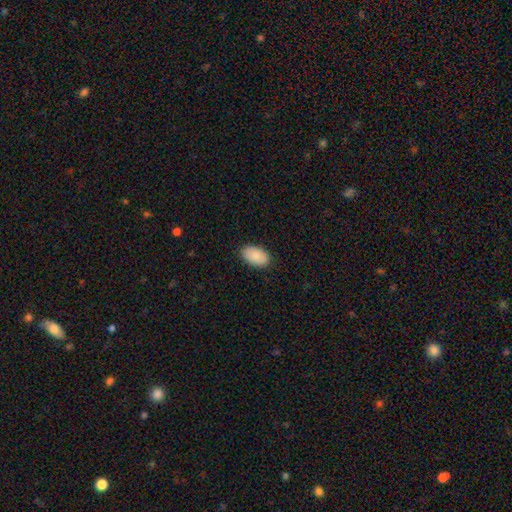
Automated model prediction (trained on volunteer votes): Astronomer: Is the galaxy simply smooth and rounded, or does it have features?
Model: smooth — 86%.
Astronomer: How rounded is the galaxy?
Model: in between — 93%.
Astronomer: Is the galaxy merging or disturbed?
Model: none — 87%.